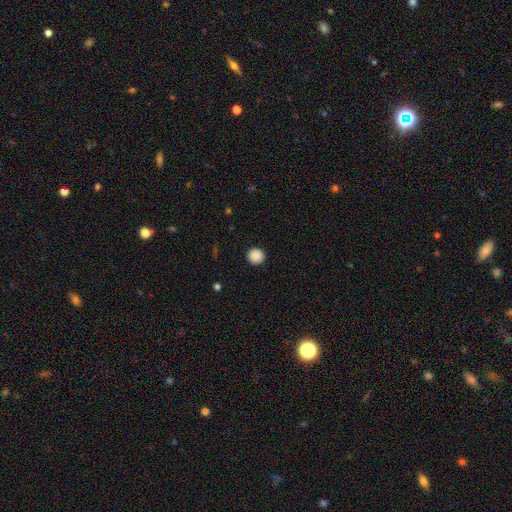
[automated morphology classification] smooth 89%, star or artifact 9%, featured or disk 3%. Down the decision tree: how rounded — round (94%); merging — none (93%).